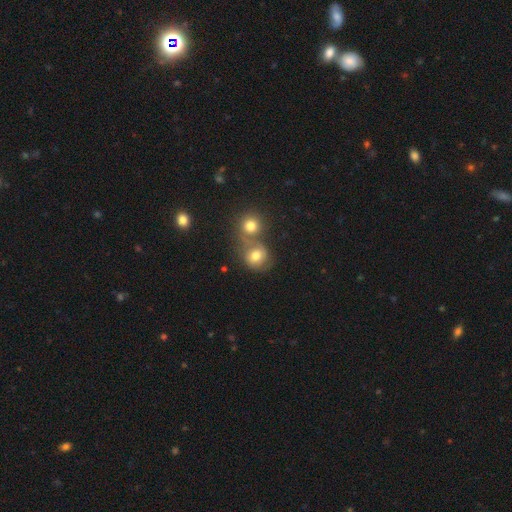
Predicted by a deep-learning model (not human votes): Morphology: type=smooth (69%); roundness=round (78%); merging=merger (46%).